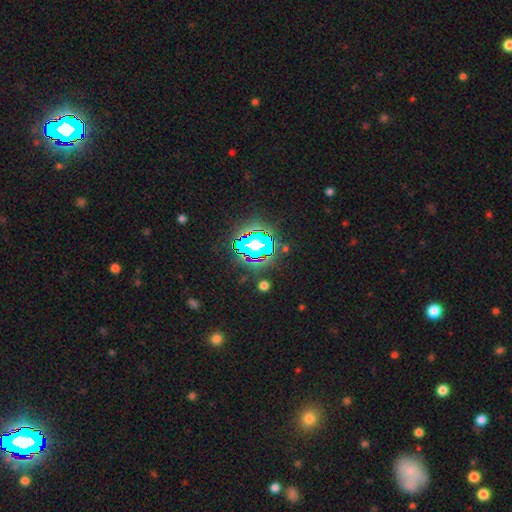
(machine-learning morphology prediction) This is likely a star or artifact rather than a galaxy (78%).